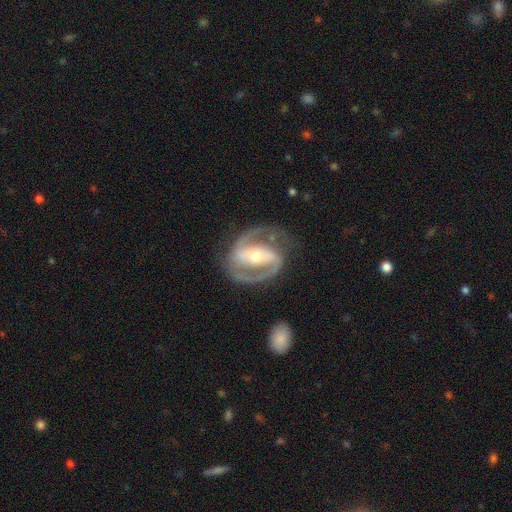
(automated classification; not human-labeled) A featured or disk galaxy (91%) with a strong bar (64%), 2 (92%) medium (53%) spiral arms (97%) and a moderate central bulge (56%). Merging: none (79%).